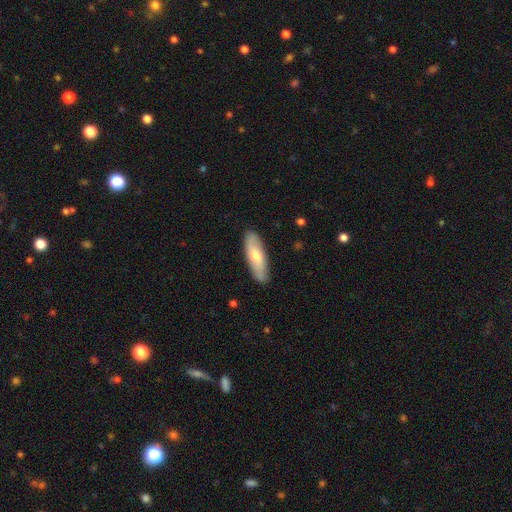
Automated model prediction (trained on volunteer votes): smooth_or_featured: smooth (p=0.61) [alt: featured or disk p=0.34]
how_rounded: in between (p=0.56) [alt: cigar-shaped p=0.42]
merging: none (p=0.86) [alt: minor disturbance p=0.11]